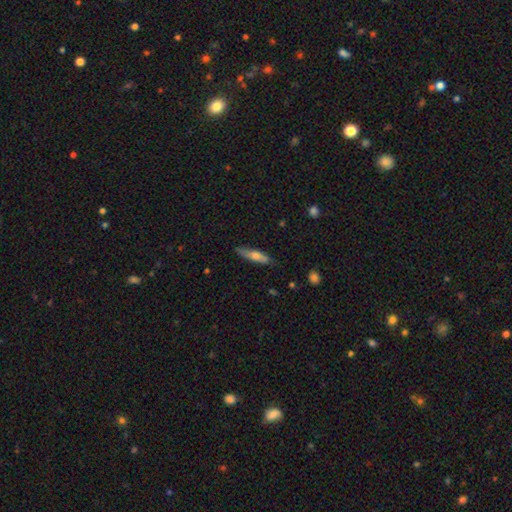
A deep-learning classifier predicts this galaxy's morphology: A smooth galaxy with no disk features (57%) that is cigar-shaped (75%). Merging: none (81%).